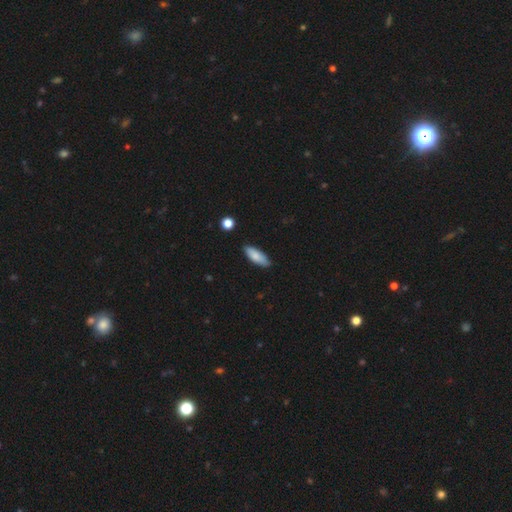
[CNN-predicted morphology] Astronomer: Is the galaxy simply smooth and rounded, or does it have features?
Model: smooth — 82%.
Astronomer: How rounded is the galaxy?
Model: in between — 69%.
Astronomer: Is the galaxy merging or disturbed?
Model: none — 84%.